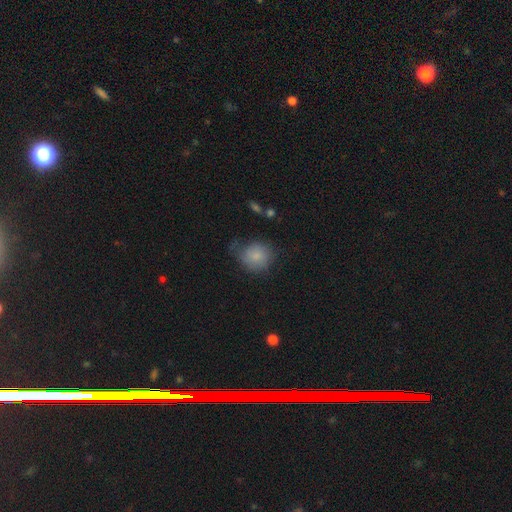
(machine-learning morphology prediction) This is likely a smooth galaxy (80%). How rounded: clearly round (82%). Merging: possibly none (54%).